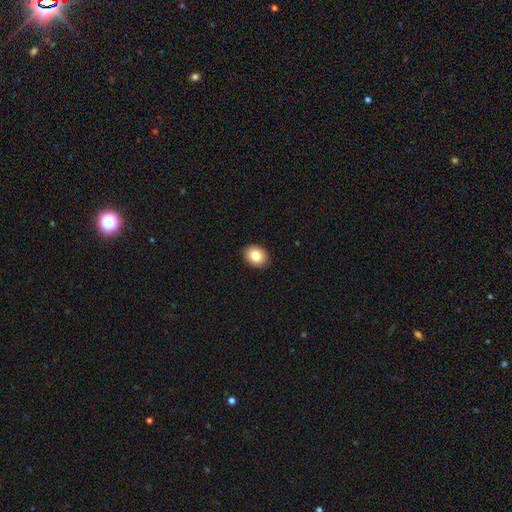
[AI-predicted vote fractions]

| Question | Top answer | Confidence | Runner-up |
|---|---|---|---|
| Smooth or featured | smooth | 84% | star or artifact (8%) |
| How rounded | in between | 54% | round (46%) |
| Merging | none | 91% | minor disturbance (7%) |